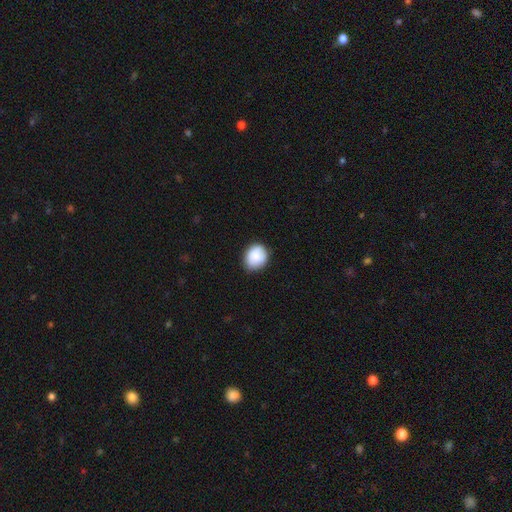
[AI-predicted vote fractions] Overall: smooth (87%). How rounded: round (58%; in between 42%). Merging: none (78%).